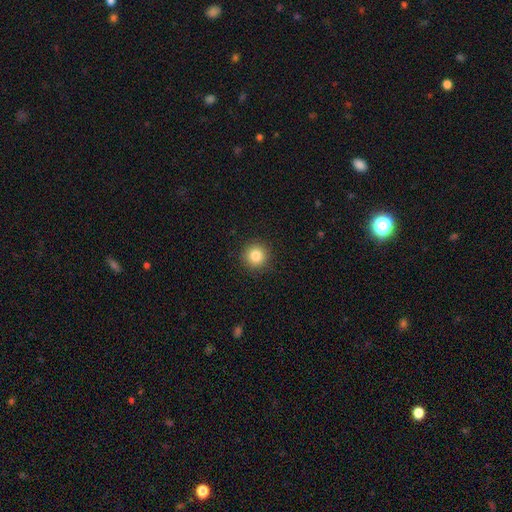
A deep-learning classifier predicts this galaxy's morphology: type=smooth (83%); roundness=round (95%); merging=none (91%).